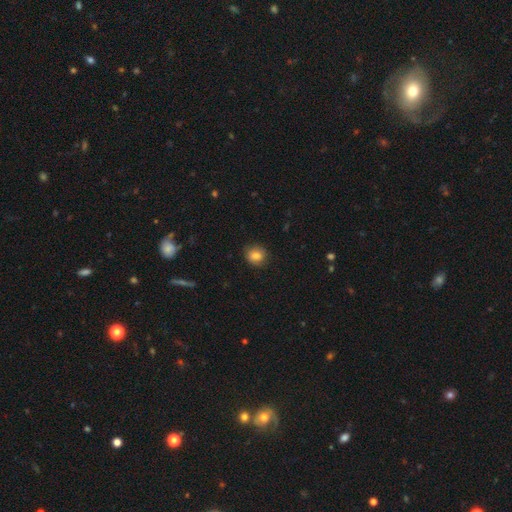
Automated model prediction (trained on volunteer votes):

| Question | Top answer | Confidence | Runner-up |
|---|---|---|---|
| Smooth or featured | smooth | 83% | star or artifact (10%) |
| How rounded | round | 77% | in between (22%) |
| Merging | none | 85% | minor disturbance (12%) |